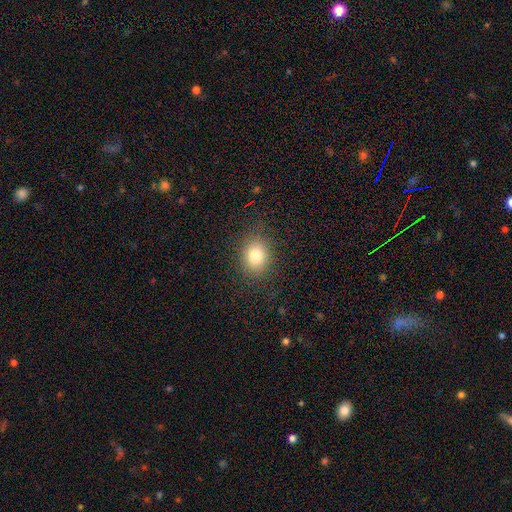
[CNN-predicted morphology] Smooth or featured?
  - smooth: 81% *
  - star or artifact: 11%
  - featured or disk: 8%
How rounded?
  - round: 52% *
  - in between: 47%
  - cigar-shaped: 1%
Merging?
  - none: 85% *
  - minor disturbance: 10%
  - major disturbance: 4%
  - merger: 1%